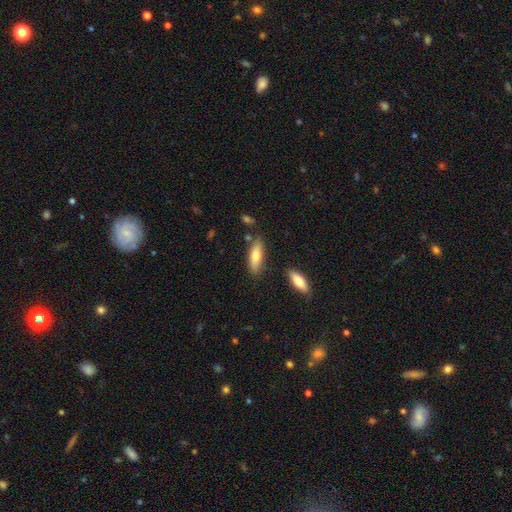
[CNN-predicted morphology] Smooth or featured: smooth — 71% (featured or disk — 23%)
How rounded: in between — 51% (cigar-shaped — 47%)
Merging: none — 77% (minor disturbance — 14%)